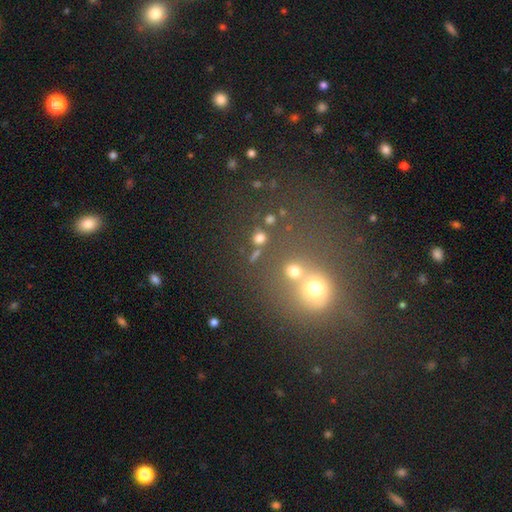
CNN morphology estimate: smooth_or_featured: smooth (p=0.52) [alt: star or artifact p=0.35]
how_rounded: round (p=0.75) [alt: in between p=0.22]
merging: none (p=0.52) [alt: merger p=0.33]